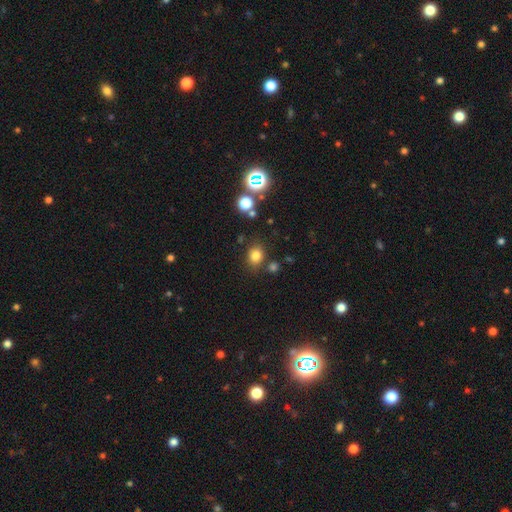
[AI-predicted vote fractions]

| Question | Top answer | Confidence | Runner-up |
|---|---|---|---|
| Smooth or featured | smooth | 78% | star or artifact (16%) |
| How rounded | round | 62% | in between (37%) |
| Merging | none | 78% | minor disturbance (11%) |